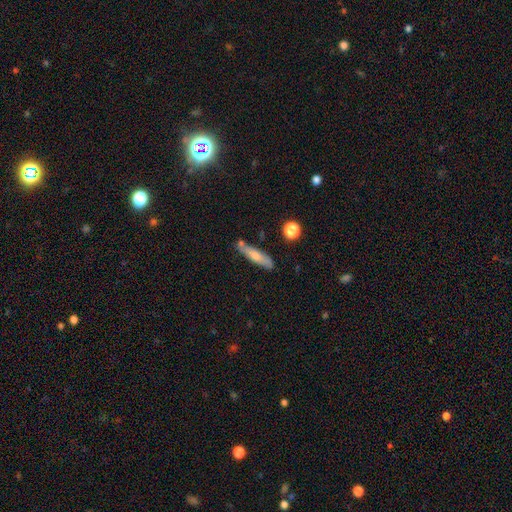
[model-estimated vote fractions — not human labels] A smooth galaxy with no disk features (63%) that is cigar-shaped (82%). Merging: none (70%).